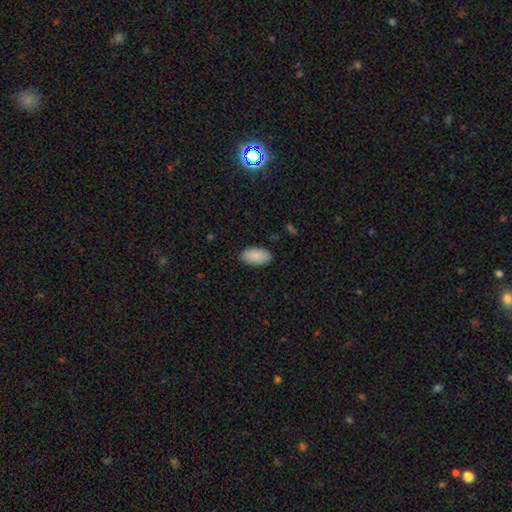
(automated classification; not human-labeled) Smooth or featured? Predicted: smooth (p=0.90). How rounded? Predicted: in between (p=0.95). Merging? Predicted: none (p=0.87).